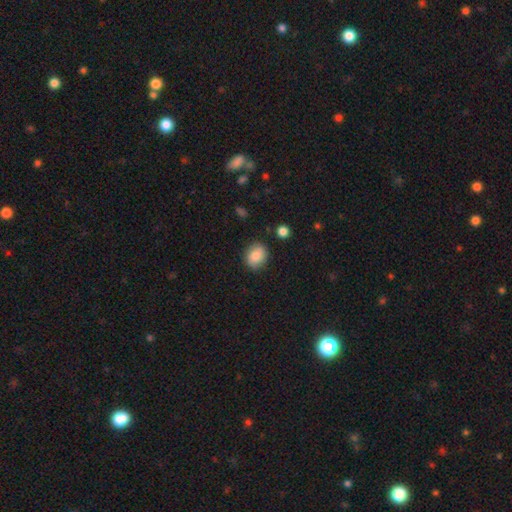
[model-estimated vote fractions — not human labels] Q: Smooth or featured?
A: smooth (86%); runner-up: star or artifact (8%)
Q: How rounded?
A: round (55%); runner-up: in between (43%)
Q: Merging?
A: none (84%); runner-up: minor disturbance (11%)